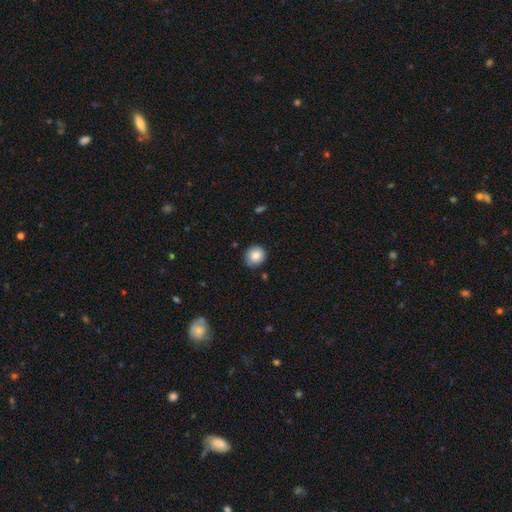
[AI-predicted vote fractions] smooth_or_featured: smooth (p=0.84) [alt: star or artifact p=0.09]
how_rounded: round (p=0.87) [alt: in between p=0.12]
merging: none (p=0.86) [alt: minor disturbance p=0.11]